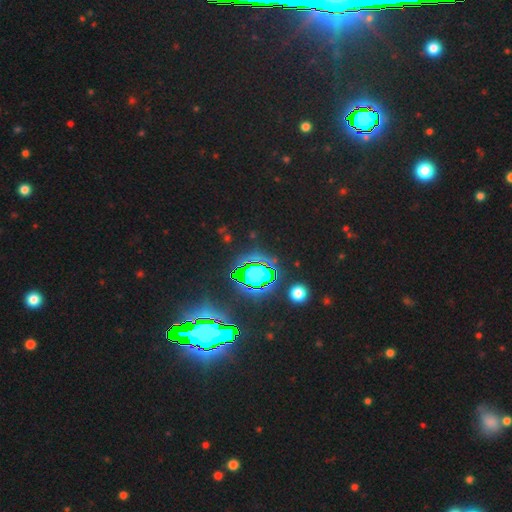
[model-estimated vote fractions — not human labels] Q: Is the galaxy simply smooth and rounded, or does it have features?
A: star or artifact — 81%.